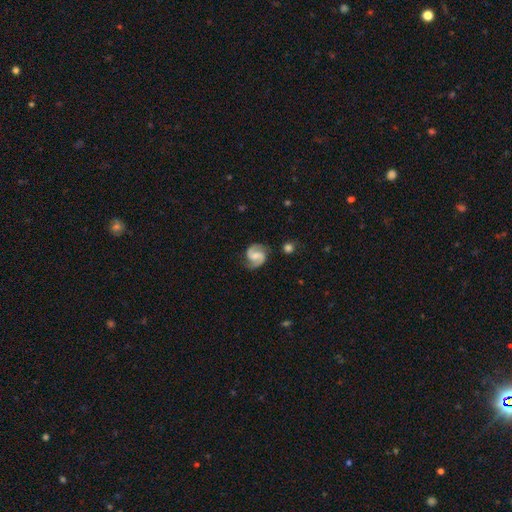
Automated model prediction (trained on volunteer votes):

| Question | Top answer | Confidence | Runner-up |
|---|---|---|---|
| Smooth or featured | featured or disk | 88% | smooth (7%) |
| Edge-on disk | no | 98% | yes (2%) |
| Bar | weak | 49% | no (32%) |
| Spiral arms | yes | 98% | no (2%) |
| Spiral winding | medium | 56% | tight (23%) |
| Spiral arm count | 2 | 94% | can't tell (2%) |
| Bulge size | small | 40% | moderate (35%) |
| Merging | none | 81% | minor disturbance (13%) |